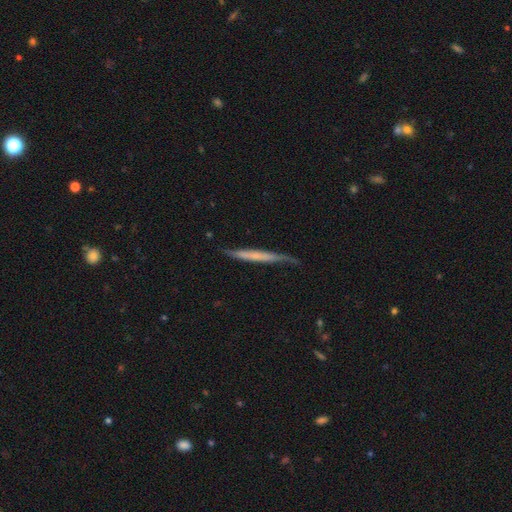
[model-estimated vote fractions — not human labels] Morphology: type=featured or disk (51%); edge-on=yes (90%); merging=none (67%).